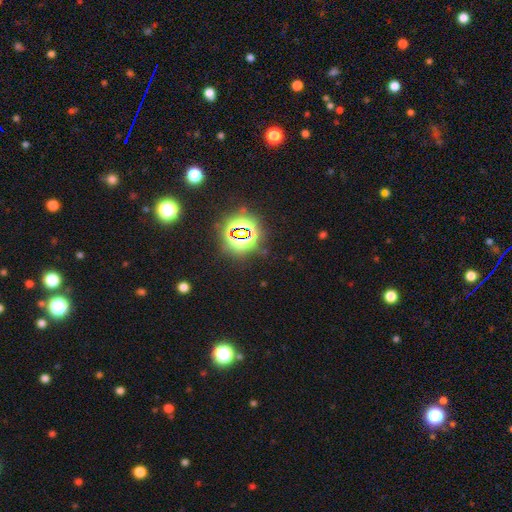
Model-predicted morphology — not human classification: Smooth or featured? star or artifact (79%)